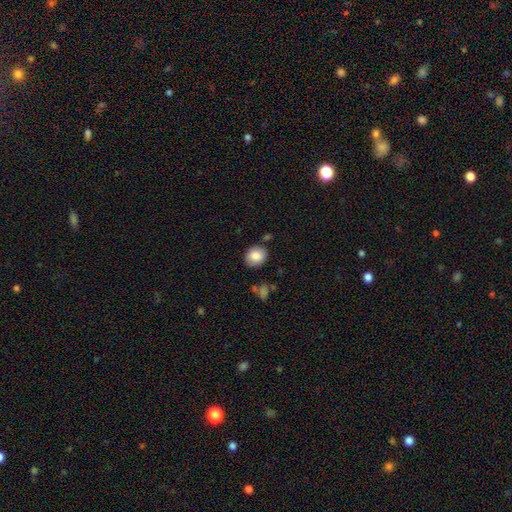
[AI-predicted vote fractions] Smooth or featured? Predicted: smooth (p=0.85). How rounded? Predicted: round (p=0.61). Merging? Predicted: none (p=0.81).